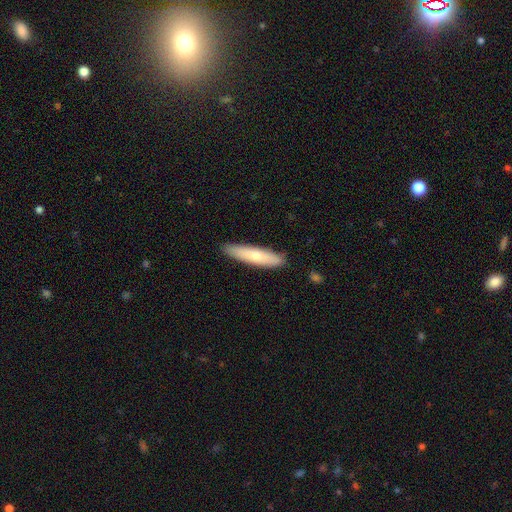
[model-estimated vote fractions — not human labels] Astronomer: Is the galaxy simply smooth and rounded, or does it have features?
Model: smooth — 70%.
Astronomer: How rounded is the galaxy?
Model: cigar-shaped — 82%.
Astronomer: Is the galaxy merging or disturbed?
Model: none — 89%.